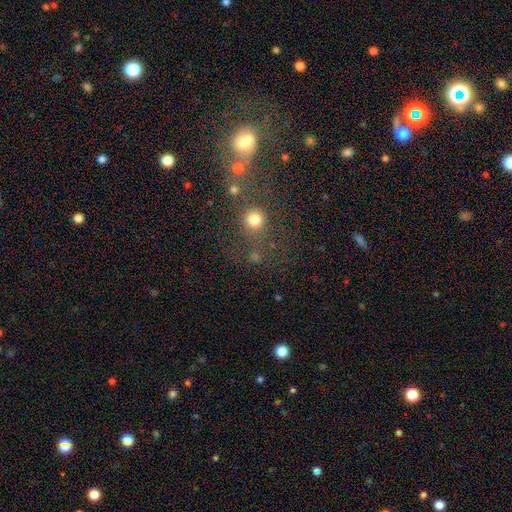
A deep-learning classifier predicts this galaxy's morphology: Smooth or featured? Predicted: smooth (p=0.62). How rounded? Predicted: round (p=0.87). Merging? Predicted: none (p=0.62).